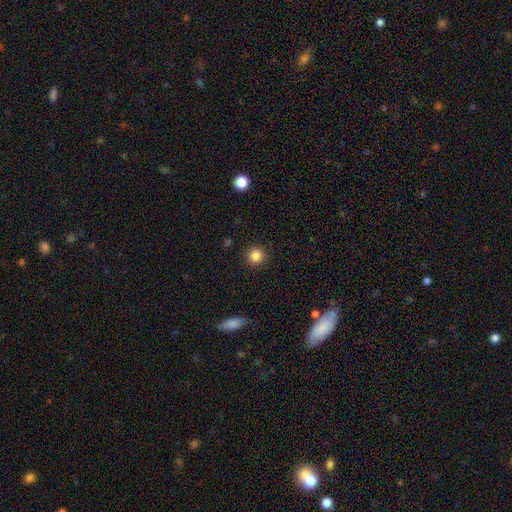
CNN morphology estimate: This appears to be a smooth galaxy with no disk features (85%) that is round (94%). Merging: none (91%).